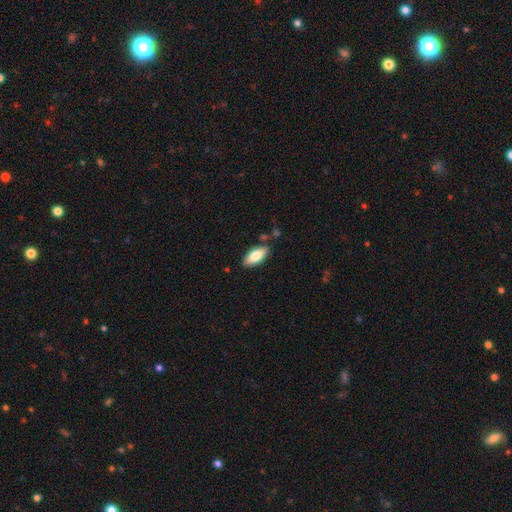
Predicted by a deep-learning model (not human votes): Smooth or featured? Predicted: smooth (p=0.76). How rounded? Predicted: in between (p=0.84). Merging? Predicted: none (p=0.82).